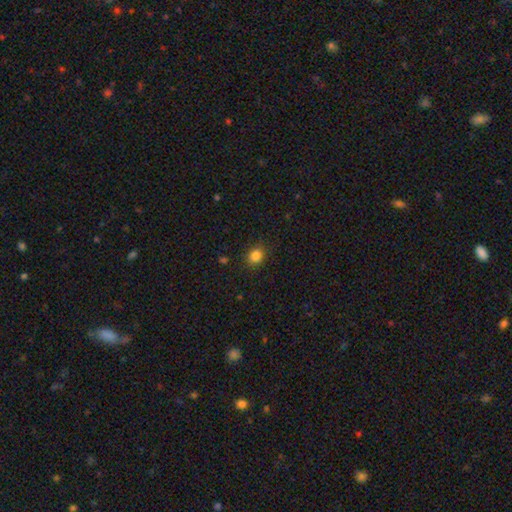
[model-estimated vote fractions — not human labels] Q: Smooth or featured?
A: smooth (83%); runner-up: star or artifact (12%)
Q: How rounded?
A: round (71%); runner-up: in between (28%)
Q: Merging?
A: none (86%); runner-up: minor disturbance (10%)